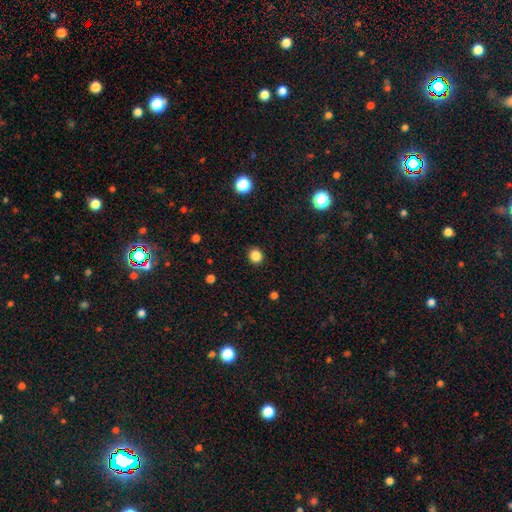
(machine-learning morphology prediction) smooth 85%, star or artifact 11%, featured or disk 3%. Down the decision tree: how rounded — round (87%); merging — none (91%).